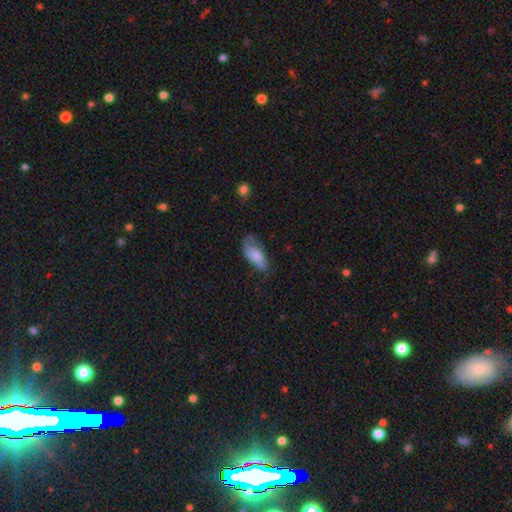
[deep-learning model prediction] Overall: smooth (72%). How rounded: in between (88%). Merging: none (47%; minor disturbance 34%).